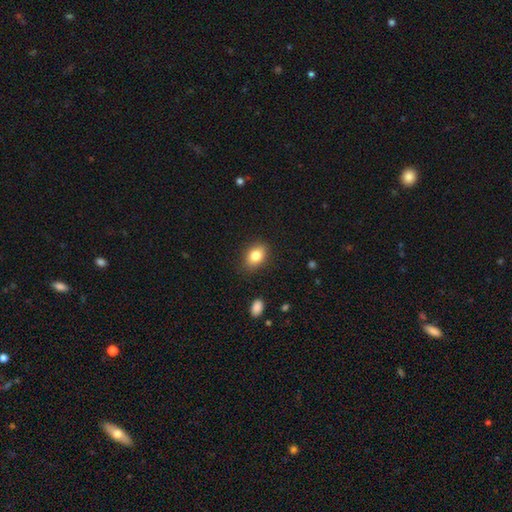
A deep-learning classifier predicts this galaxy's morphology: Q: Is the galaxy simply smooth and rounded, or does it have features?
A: smooth — 84%.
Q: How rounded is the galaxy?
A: in between — 79%.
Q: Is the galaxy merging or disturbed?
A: none — 85%.